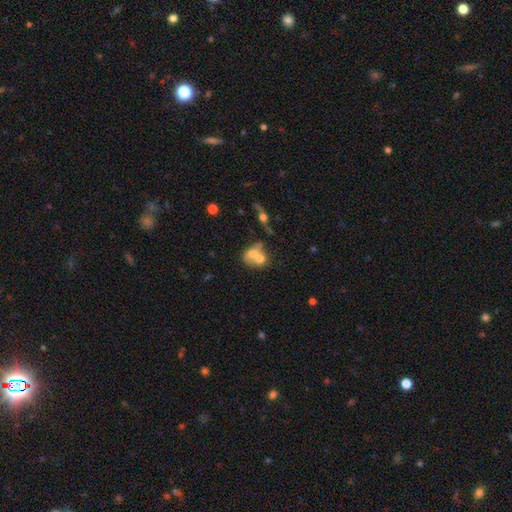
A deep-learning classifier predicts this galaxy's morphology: The model was most divided on "how rounded": in between: 51%, round: 47%, cigar-shaped: 2%. More confident: merging — merger (69%); smooth or featured — smooth (56%).